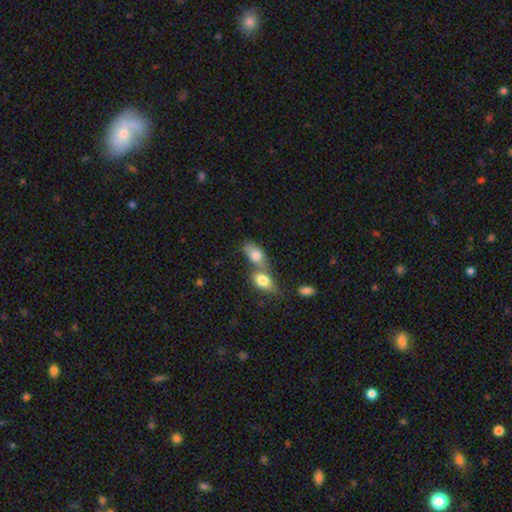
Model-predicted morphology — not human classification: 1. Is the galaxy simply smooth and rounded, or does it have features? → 77% smooth, 15% featured or disk, 7% star or artifact.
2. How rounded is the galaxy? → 86% in between, 10% round, 4% cigar-shaped.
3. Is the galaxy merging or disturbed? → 68% merger, 20% none, 8% minor disturbance, 5% major disturbance.